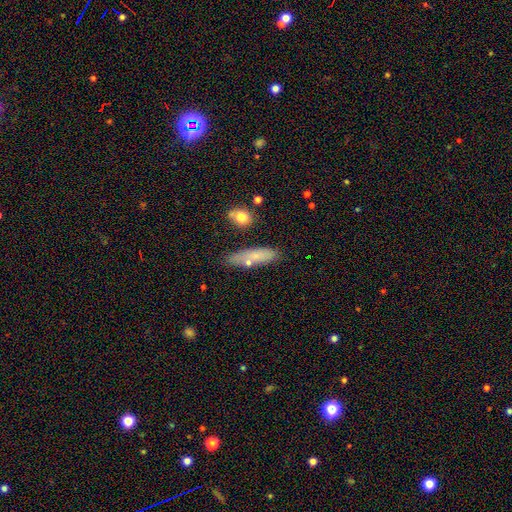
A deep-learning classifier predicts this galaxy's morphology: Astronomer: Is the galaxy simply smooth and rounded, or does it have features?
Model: smooth — 70%.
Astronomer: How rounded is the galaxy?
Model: cigar-shaped — 68%.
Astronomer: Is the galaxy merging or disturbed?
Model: none — 75%.